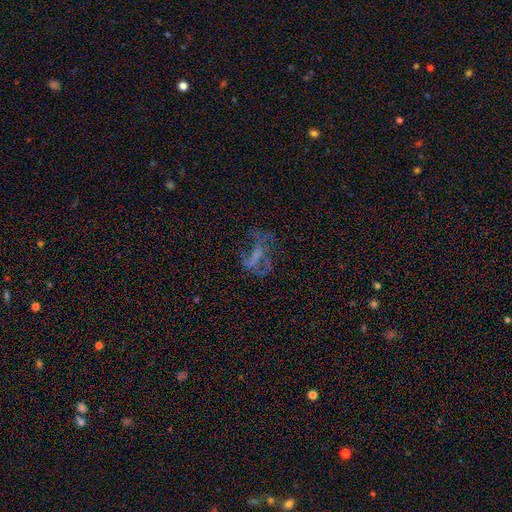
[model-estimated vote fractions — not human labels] Q: Smooth or featured?
A: featured or disk (54%); runner-up: star or artifact (26%)
Q: Edge-on disk?
A: no (95%); runner-up: yes (5%)
Q: Bar?
A: no (60%); runner-up: weak (26%)
Q: Spiral arms?
A: no (62%); runner-up: yes (38%)
Q: Bulge size?
A: none (61%); runner-up: small (22%)
Q: Merging?
A: major disturbance (41%); runner-up: none (40%)